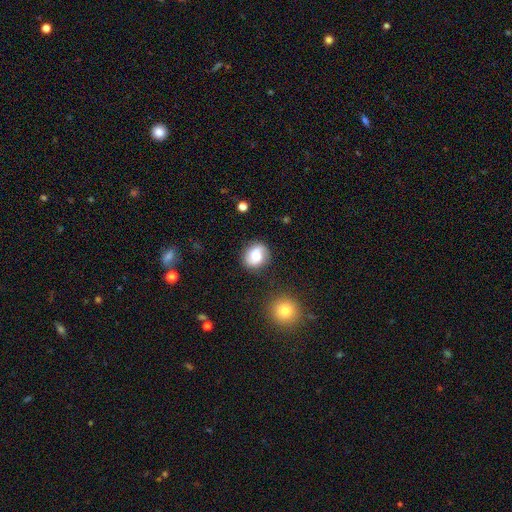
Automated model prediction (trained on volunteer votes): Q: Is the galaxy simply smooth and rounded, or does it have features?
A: smooth — 63%.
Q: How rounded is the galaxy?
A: round — 70%.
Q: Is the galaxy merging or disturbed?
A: none — 75%.